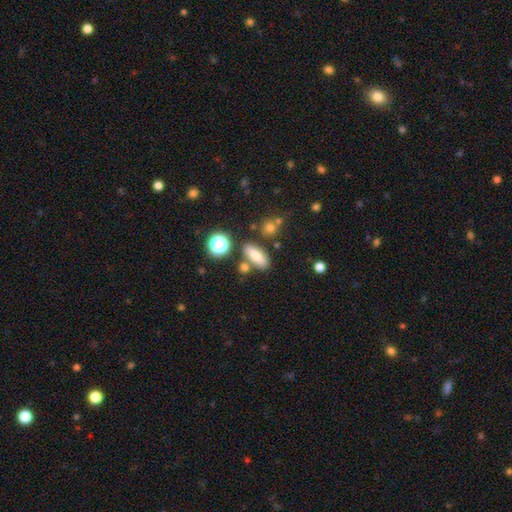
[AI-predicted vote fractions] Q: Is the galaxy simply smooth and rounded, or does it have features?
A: smooth — 68%.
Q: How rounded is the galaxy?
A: in between — 61%.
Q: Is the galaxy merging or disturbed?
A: none — 75%.